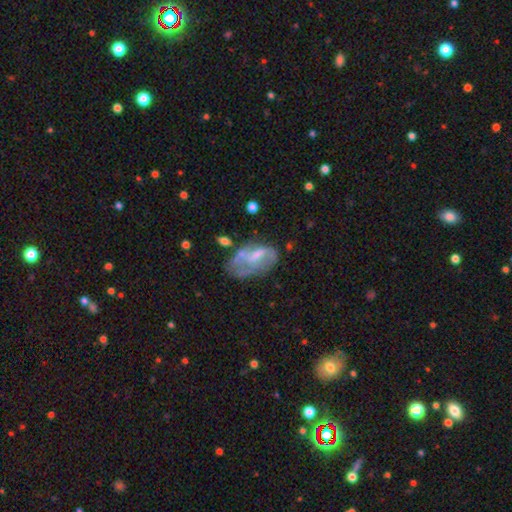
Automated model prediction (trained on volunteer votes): Smooth or featured?
  - featured or disk: 58% *
  - smooth: 33%
  - star or artifact: 9%
Edge-on disk?
  - no: 95% *
  - yes: 5%
Bar?
  - no: 53% *
  - weak: 36%
  - strong: 11%
Spiral arms?
  - no: 54% *
  - yes: 46%
Bulge size?
  - small: 32% * (tied)
  - moderate: 32% * (tied)
  - none: 30%
  - large: 4%
  - dominant: 1%
Merging?
  - none: 38% *
  - minor disturbance: 26%
  - major disturbance: 25%
  - merger: 10%